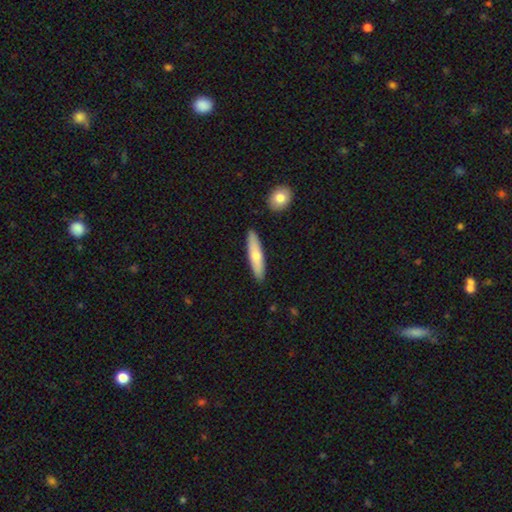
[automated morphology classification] This appears to be a smooth galaxy with no disk features (63%) that is cigar-shaped (78%). Merging: none (88%).